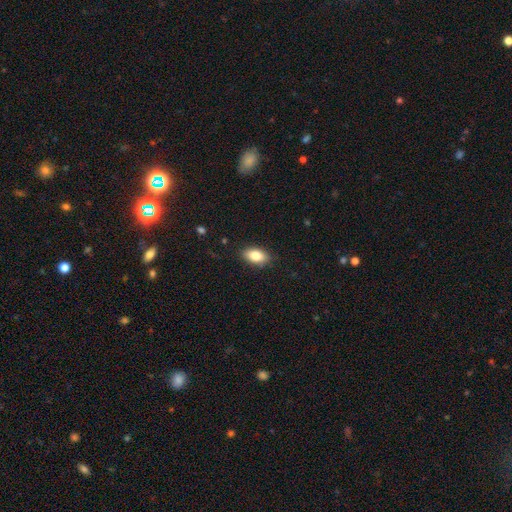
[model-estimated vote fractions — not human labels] smooth 82%, featured or disk 10%, star or artifact 8%. Down the decision tree: how rounded — in between (89%); merging — none (87%).